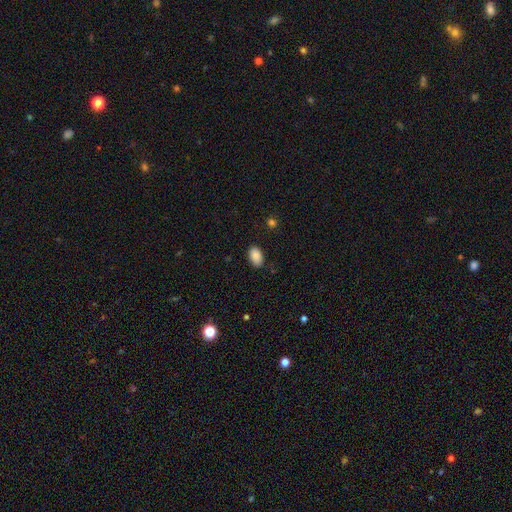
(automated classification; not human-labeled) This is clearly a smooth galaxy (87%). How rounded: clearly in between (92%). Merging: clearly none (83%).